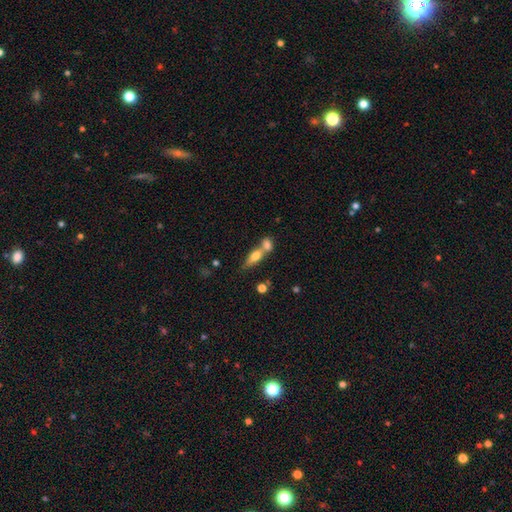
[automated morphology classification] This appears to be a smooth galaxy with no disk features (63%) that is in between round and cigar-shaped (61%). Merging: merger (62%).